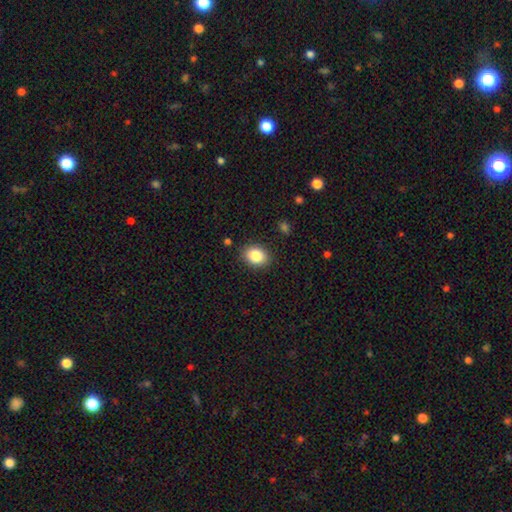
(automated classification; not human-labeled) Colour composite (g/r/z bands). It shows a smooth galaxy with no disk features (86%) that is in between round and cigar-shaped (62%). Merging: none (87%).